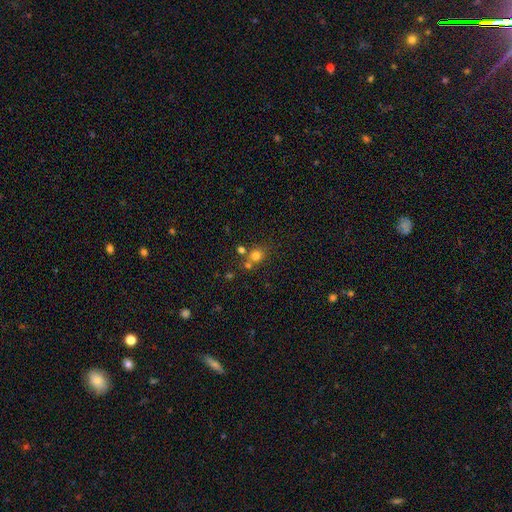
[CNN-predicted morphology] Smooth or featured? Predicted: smooth (p=0.75). How rounded? Predicted: round (p=0.84). Merging? Predicted: none (p=0.60).